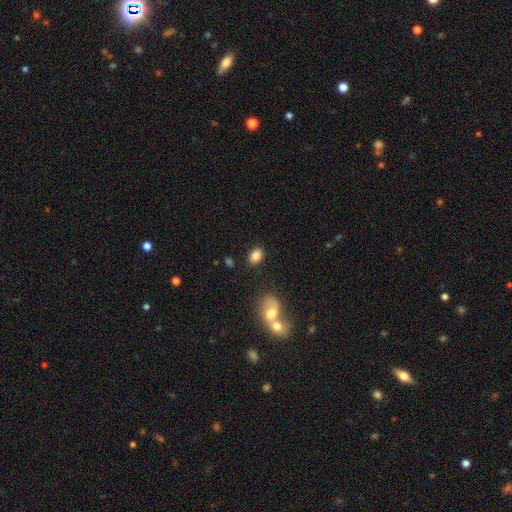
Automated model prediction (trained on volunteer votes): smooth_or_featured: smooth (p=0.85) [alt: star or artifact p=0.09]
how_rounded: in between (p=0.79) [alt: round p=0.20]
merging: none (p=0.81) [alt: minor disturbance p=0.10]